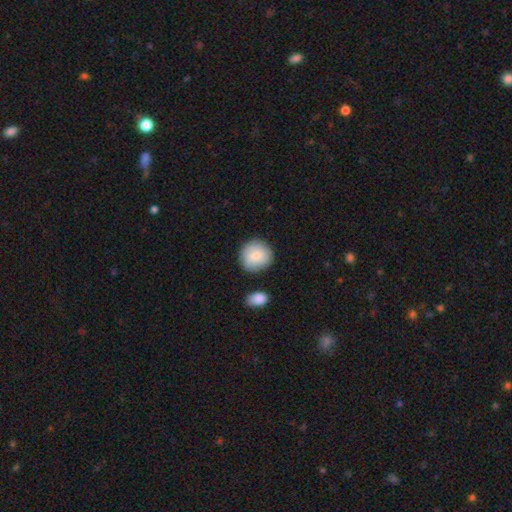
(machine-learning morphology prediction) This appears to be a smooth galaxy with no disk features (81%) that is round (88%). Merging: none (80%).